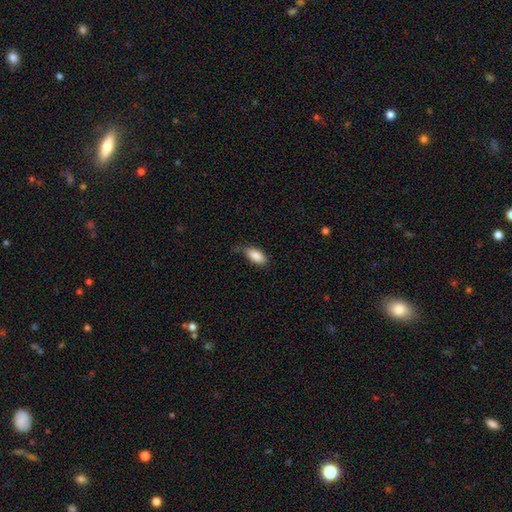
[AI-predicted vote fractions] smooth-or-featured: smooth: 87% | star or artifact: 7% | featured or disk: 6%
  how-rounded: in between: 88% | cigar-shaped: 10% | round: 2%
  merging: none: 63% | minor disturbance: 28% | major disturbance: 6% | merger: 2%